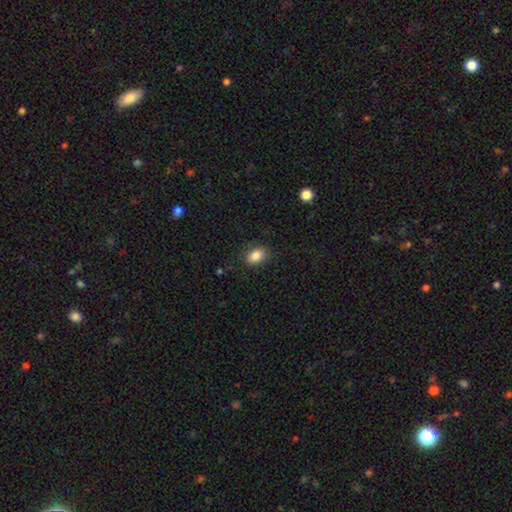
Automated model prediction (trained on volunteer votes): This appears to be a smooth galaxy with no disk features (86%) that is in between round and cigar-shaped (84%). Merging: none (83%).